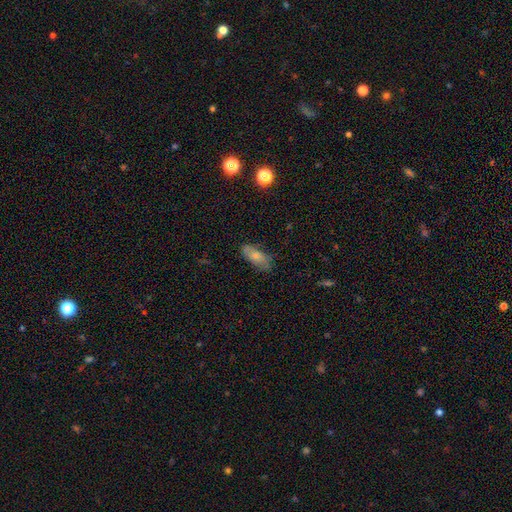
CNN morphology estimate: Smooth or featured? smooth (76%)
How rounded? in between (82%)
Merging? none (72%)